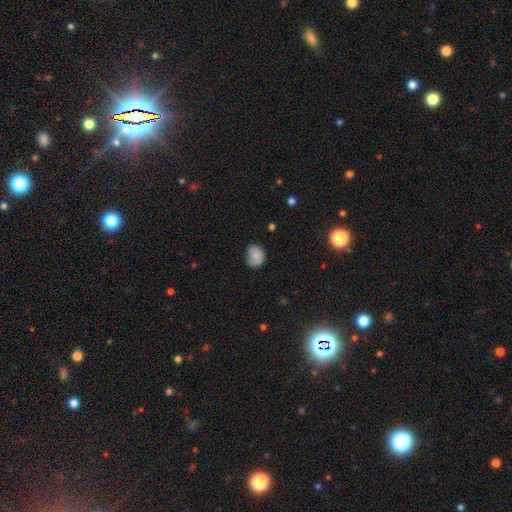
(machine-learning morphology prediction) smooth_or_featured: smooth (p=0.73) [alt: featured or disk p=0.18]
how_rounded: round (p=0.60) [alt: in between p=0.39]
merging: none (p=0.54) [alt: minor disturbance p=0.33]